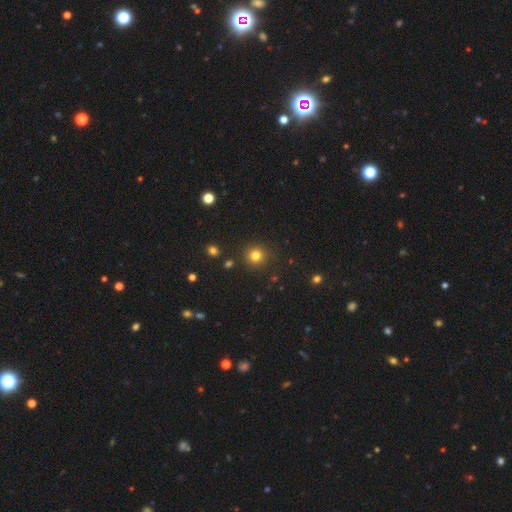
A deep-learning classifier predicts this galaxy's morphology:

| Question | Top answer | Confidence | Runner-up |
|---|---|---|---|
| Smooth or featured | smooth | 80% | star or artifact (14%) |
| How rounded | round | 94% | in between (5%) |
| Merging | none | 89% | minor disturbance (6%) |